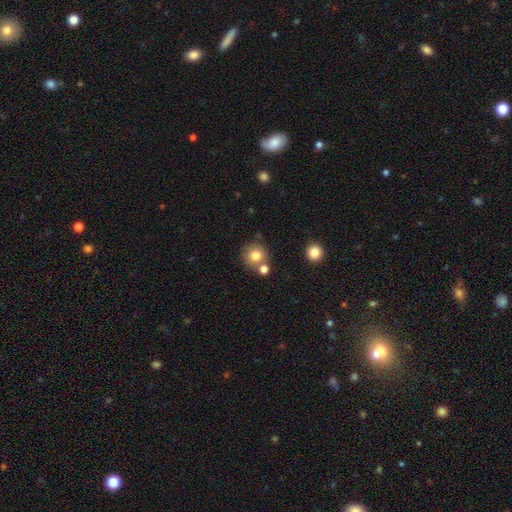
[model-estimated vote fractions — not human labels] Smooth or featured? Predicted: smooth (p=0.80). How rounded? Predicted: round (p=0.90). Merging? Predicted: none (p=0.67).